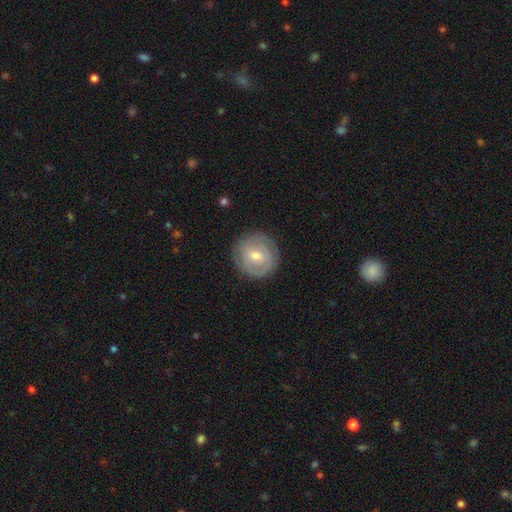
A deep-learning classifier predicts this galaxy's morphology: type=featured or disk (50%); edge-on=no (96%); merging=none (85%).